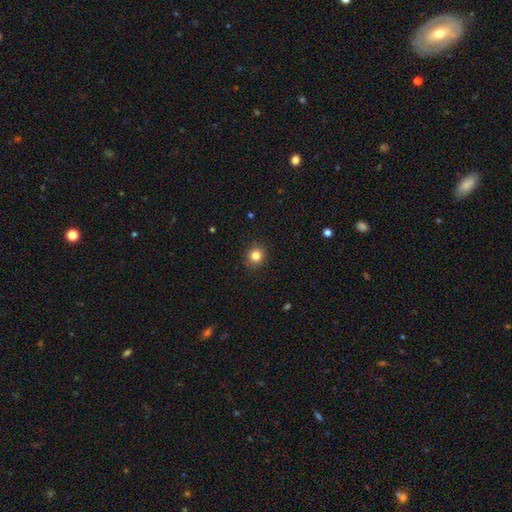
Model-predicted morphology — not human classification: Smooth or featured? smooth (82%)
How rounded? round (90%)
Merging? none (91%)